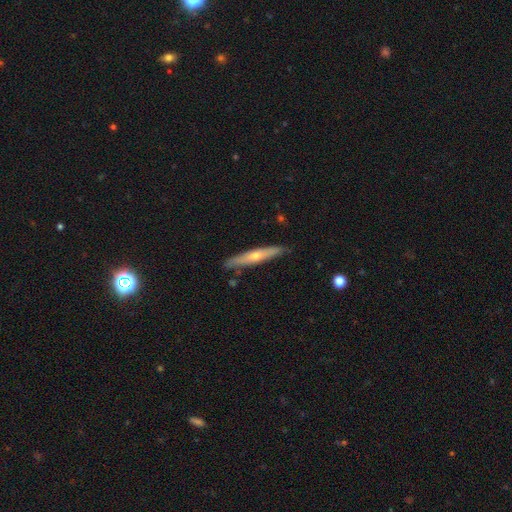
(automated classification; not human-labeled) smooth_or_featured: featured or disk (p=0.63) [alt: smooth p=0.29]
disk_edge_on: yes (p=0.93) [alt: no p=0.07]
edge_on_bulge: rounded (p=0.80) [alt: none p=0.17]
merging: none (p=0.88) [alt: minor disturbance p=0.09]